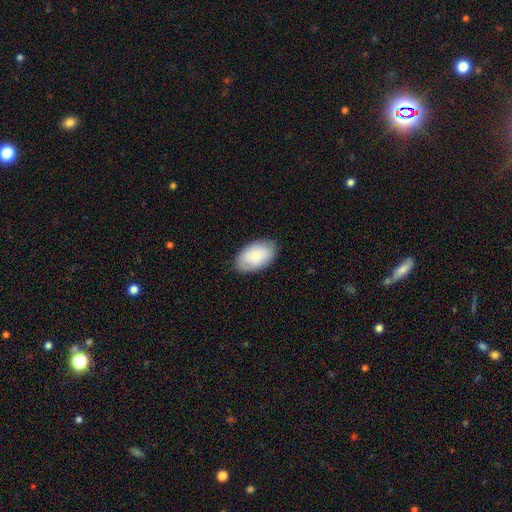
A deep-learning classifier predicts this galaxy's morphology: smooth 77%, featured or disk 16%, star or artifact 6%. Down the decision tree: how rounded — in between (94%); merging — none (83%).